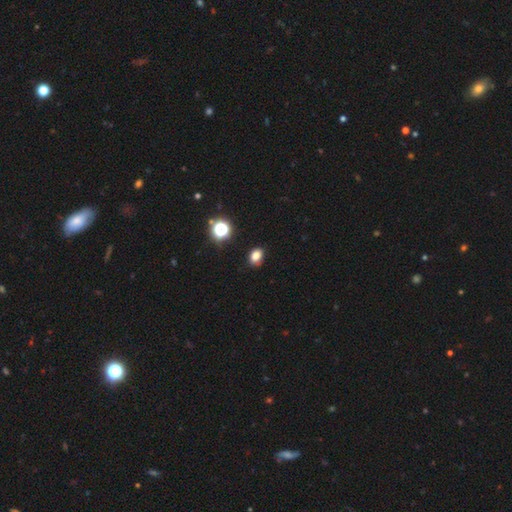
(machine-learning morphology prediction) smooth-or-featured: smooth: 81% | star or artifact: 14% | featured or disk: 5%
  how-rounded: in between: 67% | round: 32% | cigar-shaped: 1%
  merging: none: 85% | minor disturbance: 11% | major disturbance: 2% | merger: 2%